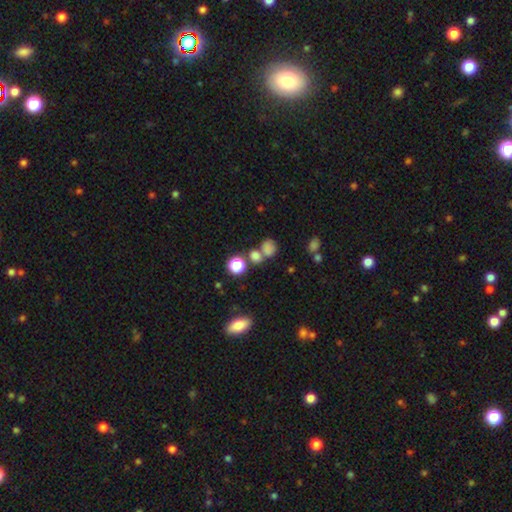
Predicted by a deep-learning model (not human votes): A smooth galaxy with no disk features (72%) that is round (71%).

Vote fractions:
- Smooth or featured? smooth: 72% / star or artifact: 20% / featured or disk: 8%
- How rounded? round: 71% / in between: 27% / cigar-shaped: 1%
- Merging? none: 48% / merger: 35% / minor disturbance: 11% / major disturbance: 6%